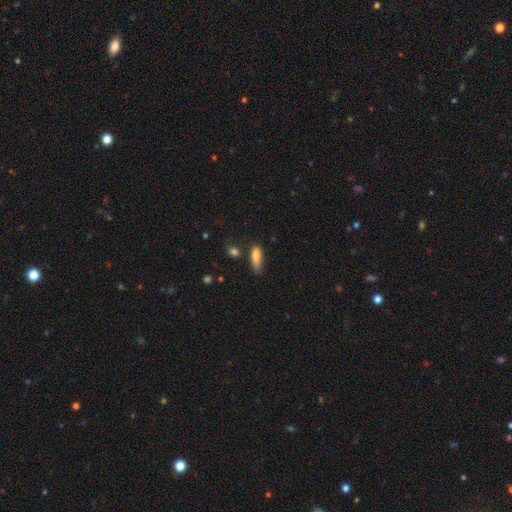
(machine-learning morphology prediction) Smooth or featured? smooth (79%)
How rounded? in between (60%)
Merging? none (55%)